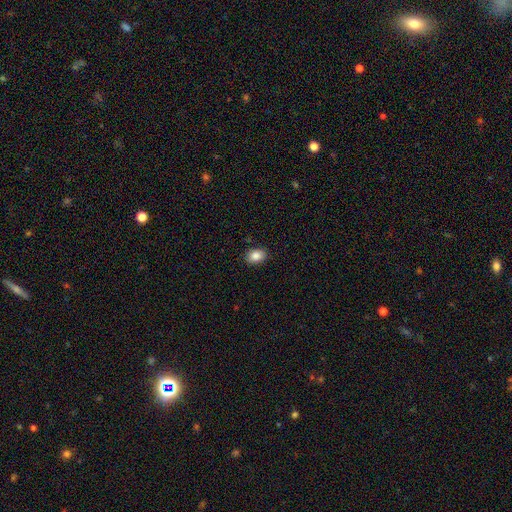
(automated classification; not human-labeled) Smooth or featured: smooth — 86% (star or artifact — 9%)
How rounded: in between — 74% (round — 25%)
Merging: none — 89% (minor disturbance — 8%)